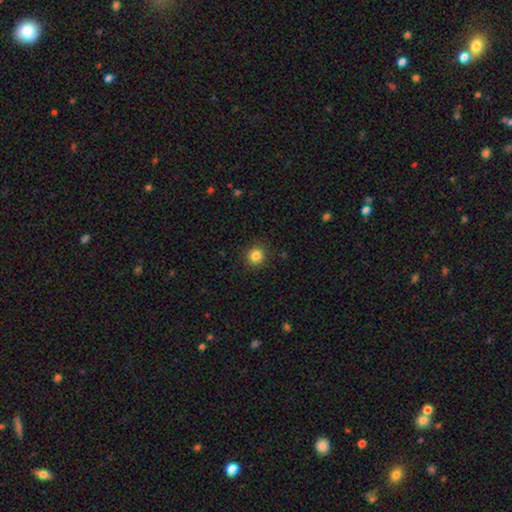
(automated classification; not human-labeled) Smooth or featured: smooth — 84% (star or artifact — 12%)
How rounded: round — 93% (in between — 6%)
Merging: none — 91% (minor disturbance — 6%)